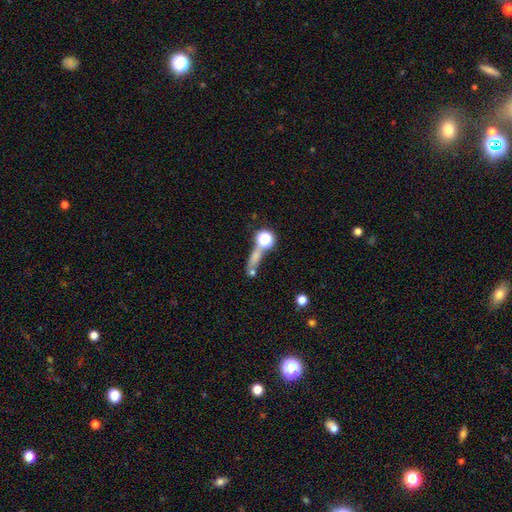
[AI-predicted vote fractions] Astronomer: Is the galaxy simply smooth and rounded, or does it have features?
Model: smooth — 53%.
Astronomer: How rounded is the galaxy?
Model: cigar-shaped — 44% (runner-up: round, 29%).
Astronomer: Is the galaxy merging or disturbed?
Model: none — 47% (runner-up: merger, 30%).